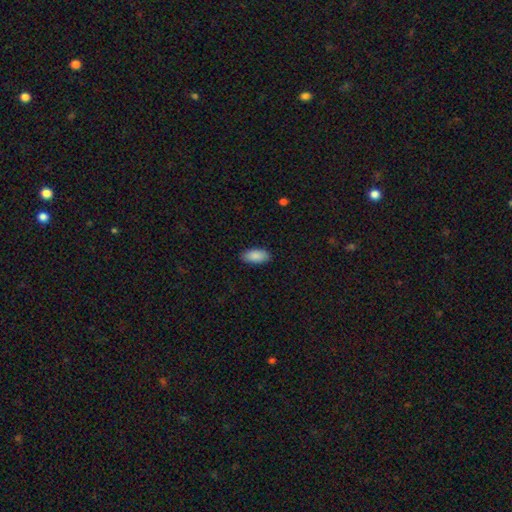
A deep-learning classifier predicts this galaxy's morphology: Q: Smooth or featured?
A: smooth (89%); runner-up: star or artifact (6%)
Q: How rounded?
A: in between (93%); runner-up: cigar-shaped (6%)
Q: Merging?
A: none (88%); runner-up: minor disturbance (9%)